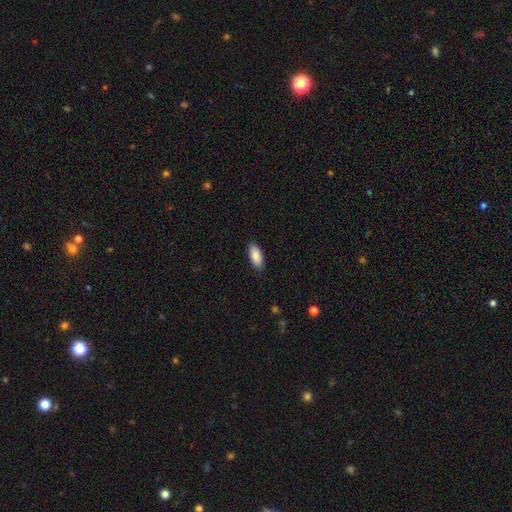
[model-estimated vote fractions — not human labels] This appears to be a smooth galaxy with no disk features (88%) that is in between round and cigar-shaped (88%). Merging: none (87%).